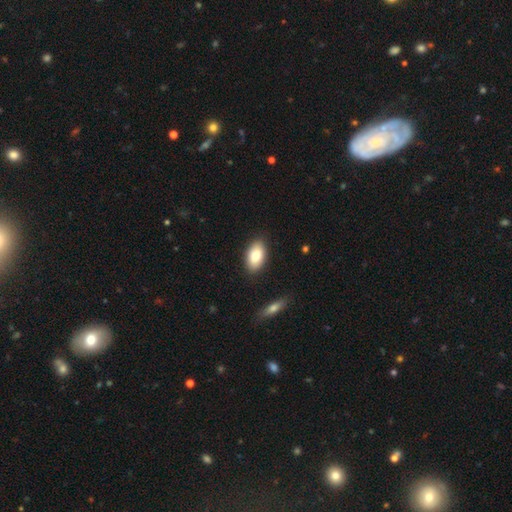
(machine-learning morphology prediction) This appears to be a smooth galaxy with no disk features (82%) that is in between round and cigar-shaped (93%). Merging: none (87%).